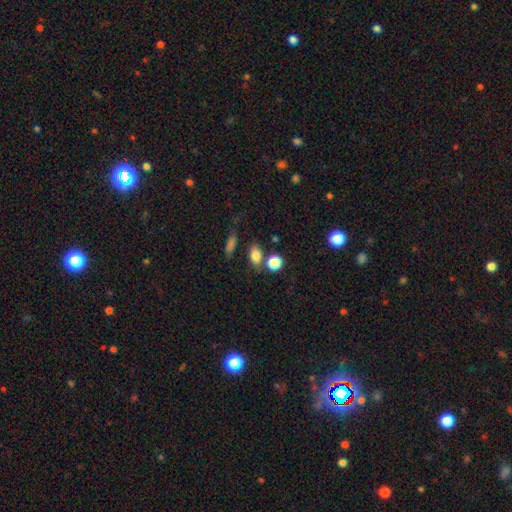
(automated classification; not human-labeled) Smooth or featured?
  - smooth: 81% *
  - star or artifact: 11%
  - featured or disk: 7%
How rounded?
  - in between: 66% *
  - round: 31%
  - cigar-shaped: 3%
Merging?
  - none: 67% *
  - merger: 16%
  - minor disturbance: 13%
  - major disturbance: 5%